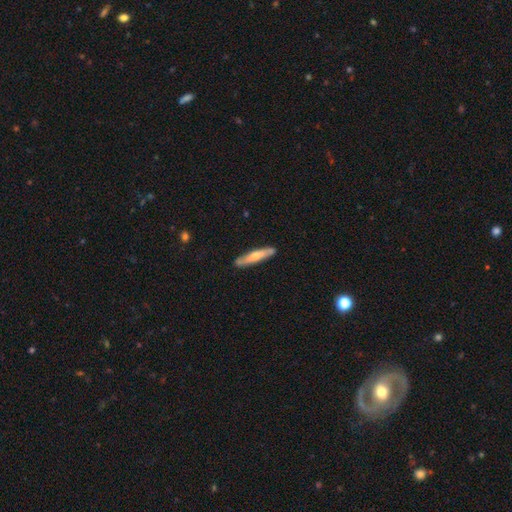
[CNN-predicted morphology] Smooth or featured? featured or disk (49%)
Merging? none (87%)